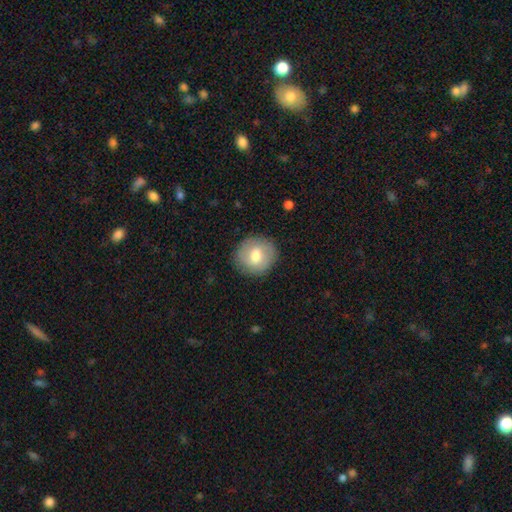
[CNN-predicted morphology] A smooth galaxy with no disk features (67%) that is round (88%).

Vote fractions:
- Smooth or featured? smooth: 67% / featured or disk: 26% / star or artifact: 7%
- How rounded? round: 88% / in between: 11% / cigar-shaped: 1%
- Merging? none: 87% / minor disturbance: 9% / major disturbance: 3% / merger: 1%